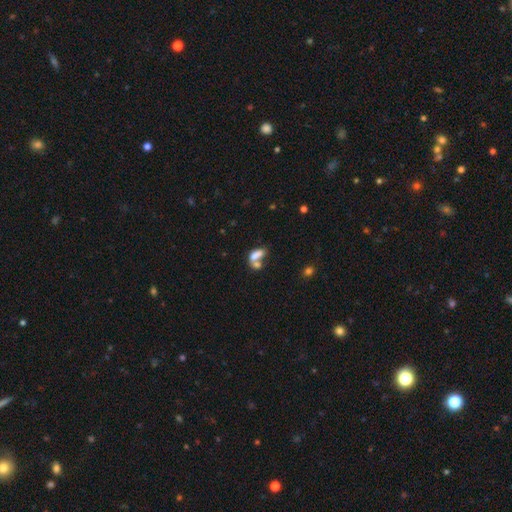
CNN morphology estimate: smooth 71%, featured or disk 19%, star or artifact 11%. Down the decision tree: how rounded — in between (82%); merging — merger (61%).